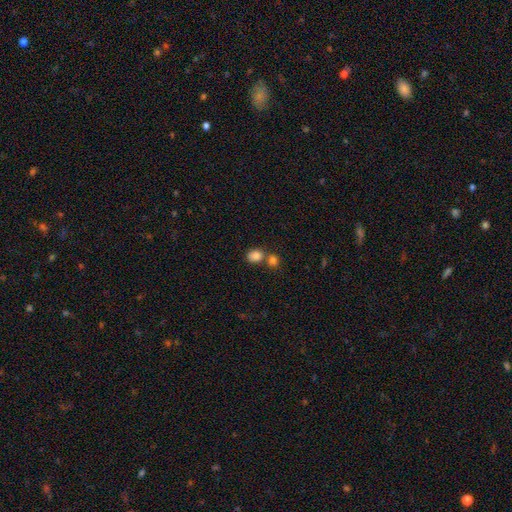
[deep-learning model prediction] smooth-or-featured: smooth: 84% | star or artifact: 10% | featured or disk: 6%
  how-rounded: in between: 54% | round: 45% | cigar-shaped: 1%
  merging: none: 52% | merger: 35% | minor disturbance: 9% | major disturbance: 3%